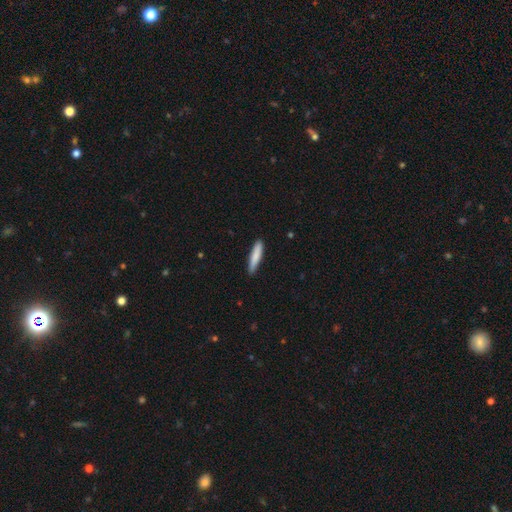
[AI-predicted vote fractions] smooth-or-featured: smooth: 82% | featured or disk: 13% | star or artifact: 6%
  how-rounded: cigar-shaped: 87% | in between: 11% | round: 1%
  merging: none: 86% | minor disturbance: 11% | major disturbance: 2% | merger: 1%